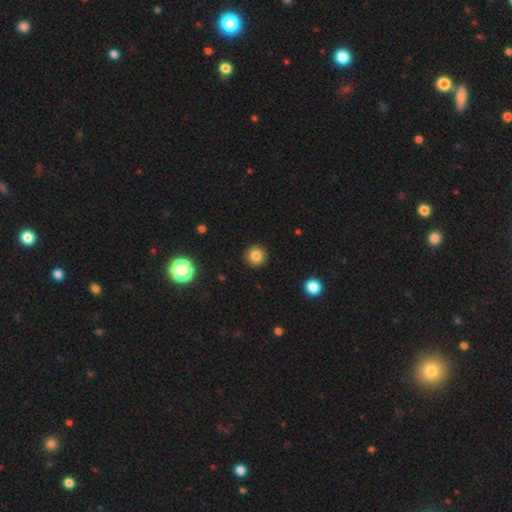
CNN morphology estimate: smooth-or-featured: smooth: 82% | star or artifact: 12% | featured or disk: 6%
  how-rounded: round: 94% | in between: 5% | cigar-shaped: 1%
  merging: none: 92% | minor disturbance: 5% | major disturbance: 2% | merger: 1%